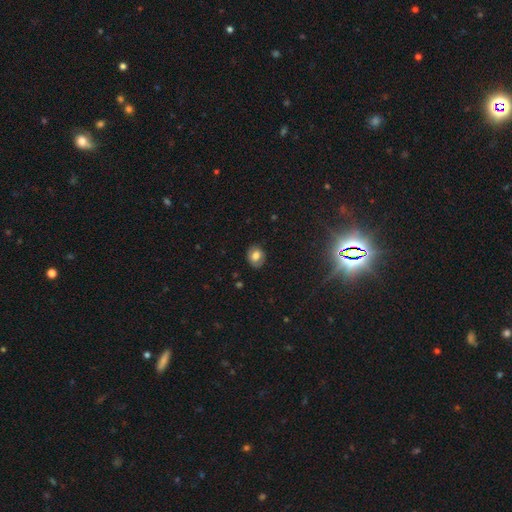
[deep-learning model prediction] Morphology: type=smooth (70%); roundness=round (58%); merging=none (83%).